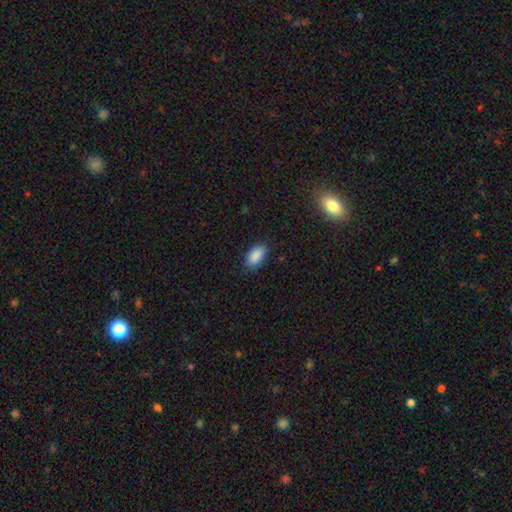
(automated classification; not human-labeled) Overall: smooth (89%). How rounded: in between (93%). Merging: none (83%).